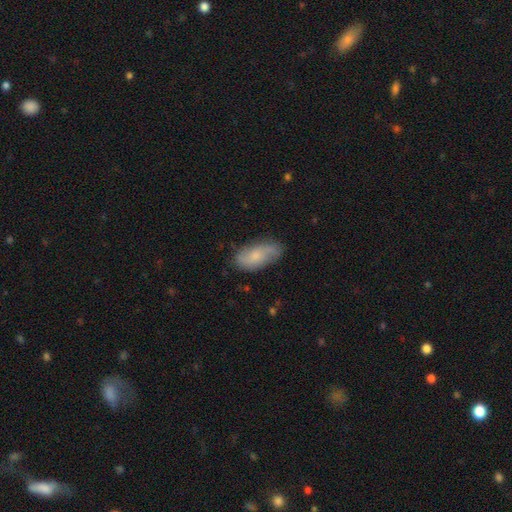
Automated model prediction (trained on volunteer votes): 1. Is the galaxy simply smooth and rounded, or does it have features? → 58% smooth, 35% featured or disk, 7% star or artifact.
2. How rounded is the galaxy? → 87% in between, 10% cigar-shaped, 3% round.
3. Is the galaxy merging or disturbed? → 74% none, 20% minor disturbance, 4% major disturbance, 2% merger.